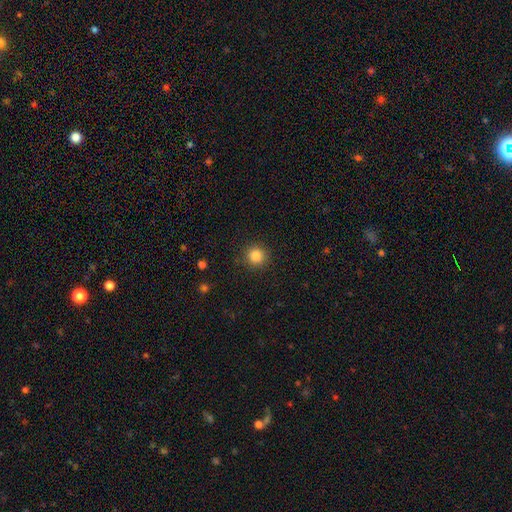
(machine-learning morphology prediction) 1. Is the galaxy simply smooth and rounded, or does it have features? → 84% smooth, 11% star or artifact, 5% featured or disk.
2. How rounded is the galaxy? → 94% round, 5% in between, 1% cigar-shaped.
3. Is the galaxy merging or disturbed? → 90% none, 6% minor disturbance, 2% major disturbance, 1% merger.